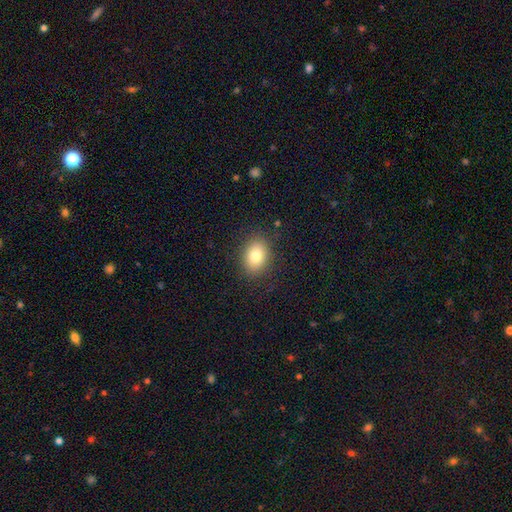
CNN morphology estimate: Smooth or featured: smooth — 81% (star or artifact — 10%)
How rounded: in between — 66% (round — 33%)
Merging: none — 86% (minor disturbance — 9%)